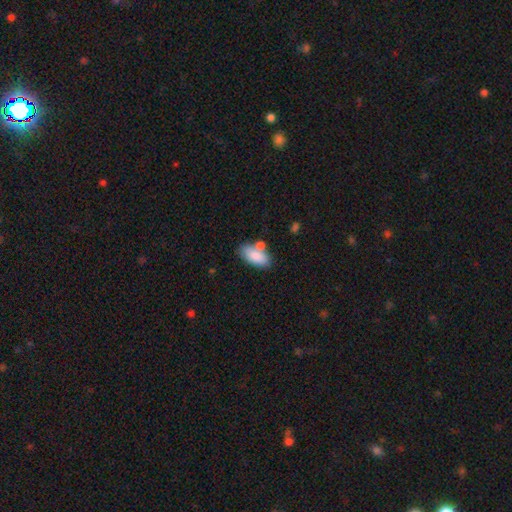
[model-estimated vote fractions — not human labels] smooth-or-featured: smooth: 85% | featured or disk: 9% | star or artifact: 7%
  how-rounded: in between: 92% | cigar-shaped: 5% | round: 3%
  merging: none: 58% | merger: 23% | minor disturbance: 15% | major disturbance: 4%